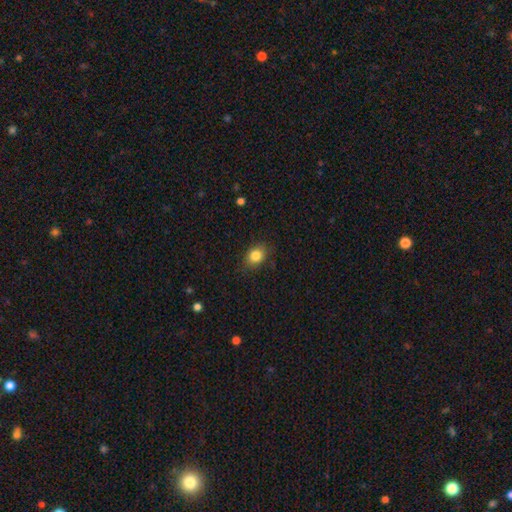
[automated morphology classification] A smooth galaxy with no disk features (83%) that is in between round and cigar-shaped (54%).

Vote fractions:
- Smooth or featured? smooth: 83% / star or artifact: 10% / featured or disk: 7%
- How rounded? in between: 54% / round: 44% / cigar-shaped: 1%
- Merging? none: 80% / minor disturbance: 15% / major disturbance: 4% / merger: 1%